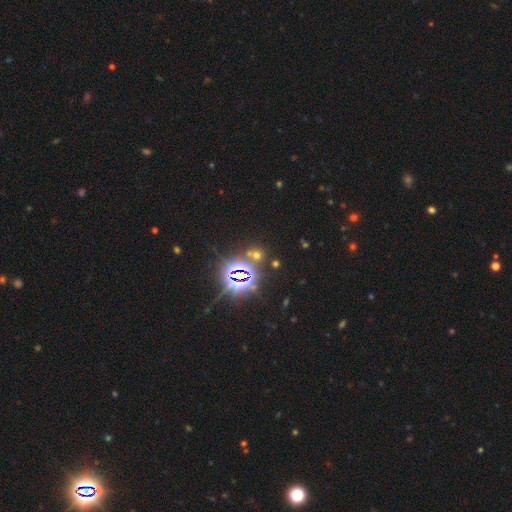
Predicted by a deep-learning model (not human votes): Morphology: type=star or artifact (69%).